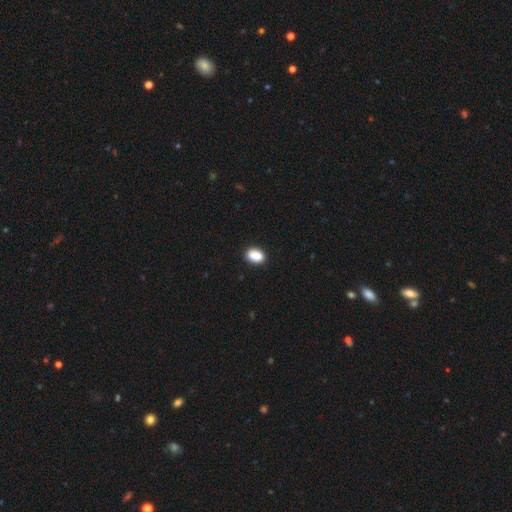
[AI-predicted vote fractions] This appears to be a smooth galaxy with no disk features (87%) that is in between round and cigar-shaped (81%). Merging: none (82%).